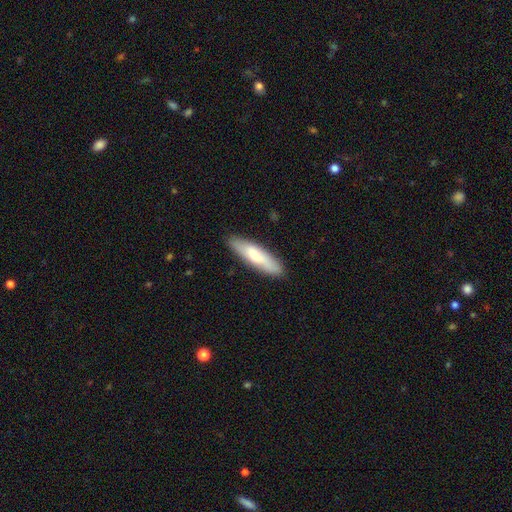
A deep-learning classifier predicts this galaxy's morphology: A smooth galaxy with no disk features (70%) that is cigar-shaped (71%). Merging: none (86%).